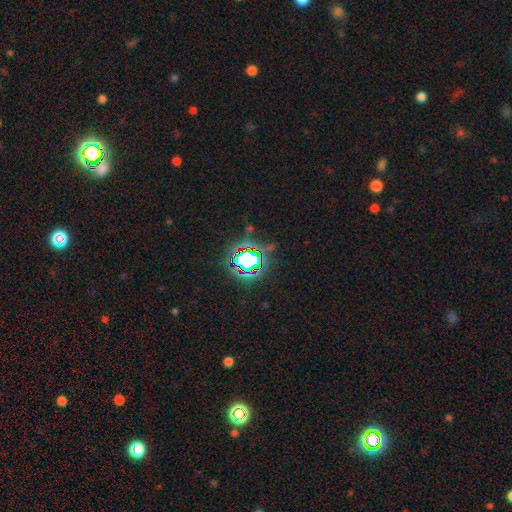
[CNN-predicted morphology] Q: Smooth or featured?
A: star or artifact (78%); runner-up: smooth (13%)